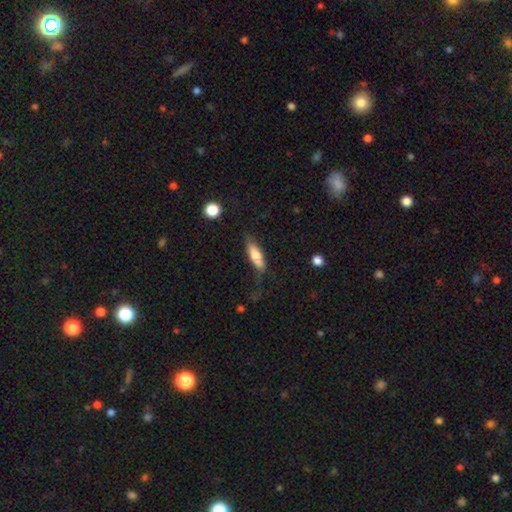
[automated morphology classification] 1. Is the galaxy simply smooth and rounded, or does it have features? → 74% smooth, 19% featured or disk, 6% star or artifact.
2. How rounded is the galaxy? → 53% in between, 45% cigar-shaped, 2% round.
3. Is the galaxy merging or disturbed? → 62% none, 24% minor disturbance, 12% major disturbance, 2% merger.